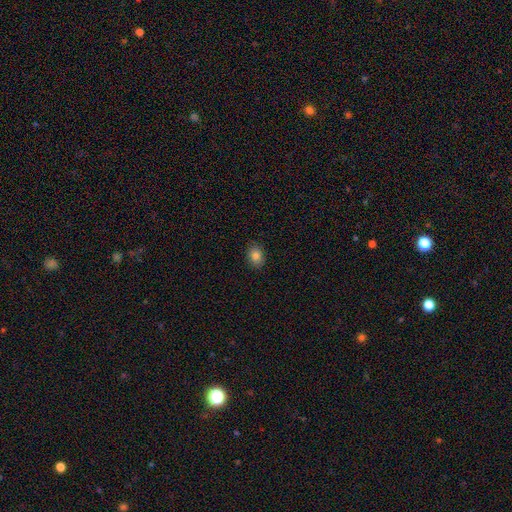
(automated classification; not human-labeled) Overall: smooth (84%). How rounded: in between (68%; round 31%). Merging: none (87%).